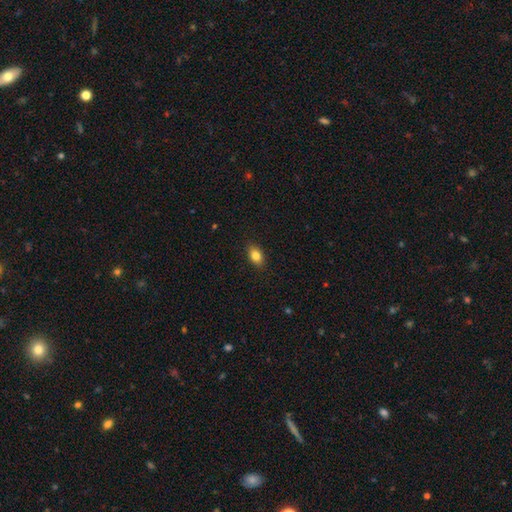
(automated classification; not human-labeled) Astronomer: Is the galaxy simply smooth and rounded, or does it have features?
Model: smooth — 83%.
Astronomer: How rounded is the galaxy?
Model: in between — 84%.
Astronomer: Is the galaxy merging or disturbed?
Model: none — 88%.